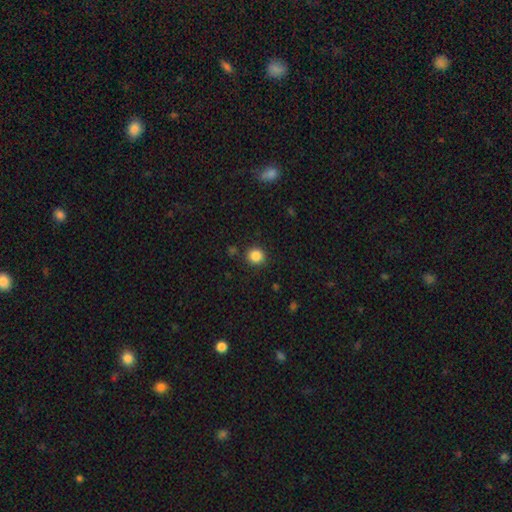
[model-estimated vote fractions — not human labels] smooth-or-featured: smooth: 86% | star or artifact: 11% | featured or disk: 3%
  how-rounded: round: 90% | in between: 9% | cigar-shaped: 1%
  merging: none: 88% | minor disturbance: 7% | major disturbance: 2% | merger: 2%